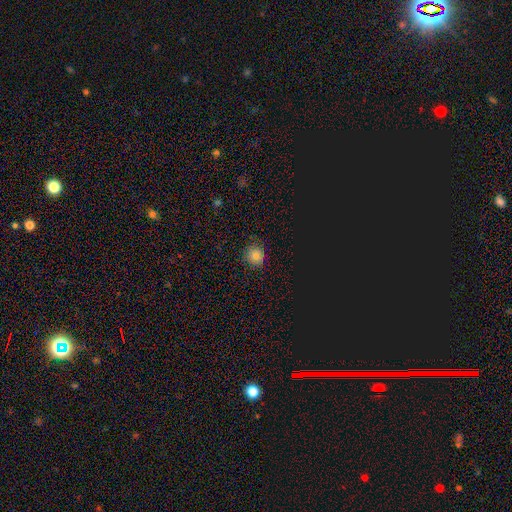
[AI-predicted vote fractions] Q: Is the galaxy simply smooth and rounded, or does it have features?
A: smooth — 78%.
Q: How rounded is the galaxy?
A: round — 91%.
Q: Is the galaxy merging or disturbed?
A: none — 88%.